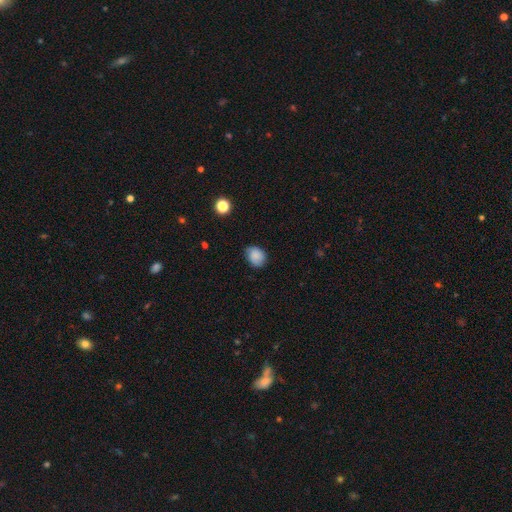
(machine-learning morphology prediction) Smooth or featured? smooth (81%)
How rounded? round (52%)
Merging? none (74%)